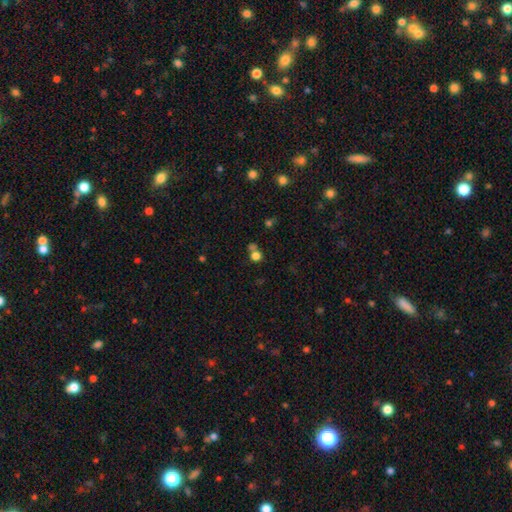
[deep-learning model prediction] This is likely a smooth galaxy (75%). How rounded: clearly round (83%). Merging: possibly none (52%).